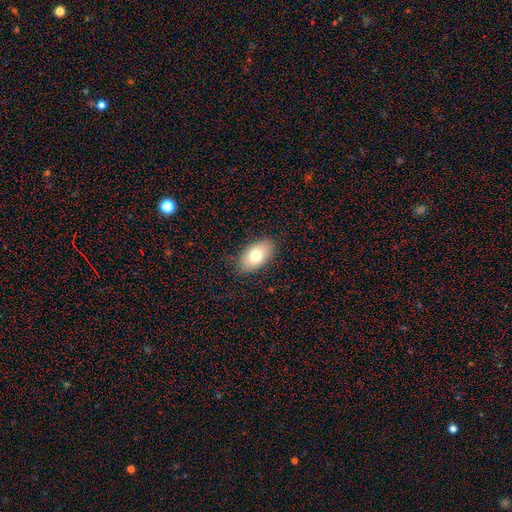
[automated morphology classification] type=smooth (75%); roundness=in between (92%); merging=none (82%).